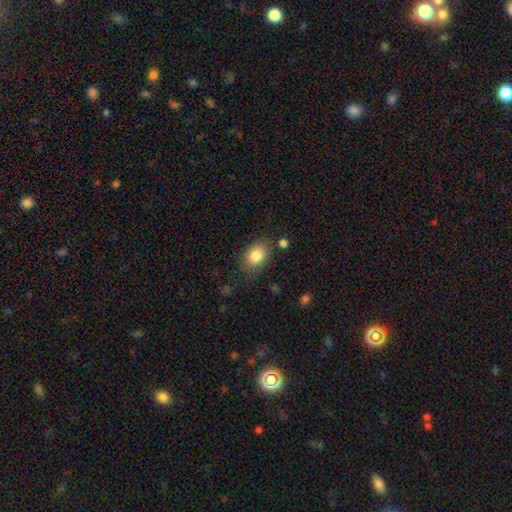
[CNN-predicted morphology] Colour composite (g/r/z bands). It shows a smooth galaxy with no disk features (83%) that is in between round and cigar-shaped (65%). Merging: none (77%).